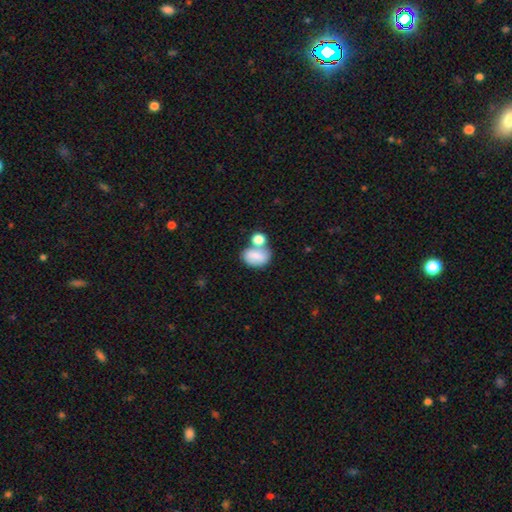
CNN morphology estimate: A smooth galaxy with no disk features (75%) that is in between round and cigar-shaped (76%).

Vote fractions:
- Smooth or featured? smooth: 75% / featured or disk: 16% / star or artifact: 9%
- How rounded? in between: 76% / round: 22% / cigar-shaped: 1%
- Merging? none: 40% (tied) / merger: 40% (tied) / minor disturbance: 14% / major disturbance: 6%